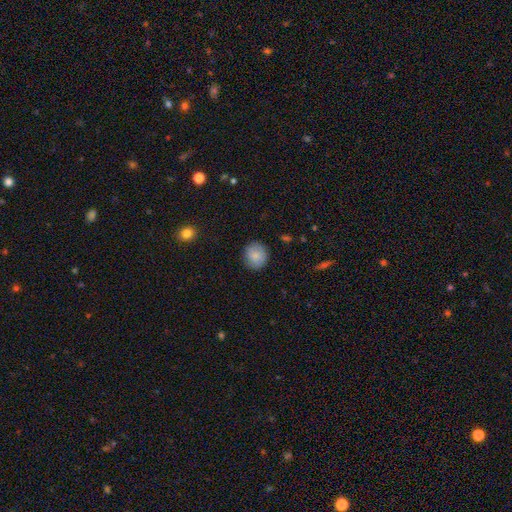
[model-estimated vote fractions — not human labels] This appears to be a smooth galaxy with no disk features (84%) that is round (84%). Merging: none (87%).